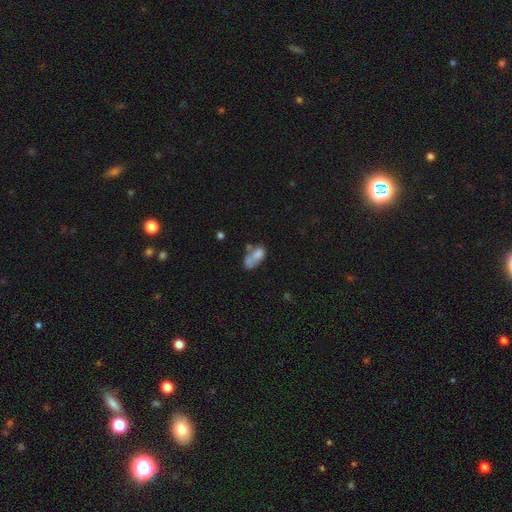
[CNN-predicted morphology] Overall: smooth (66%). How rounded: in between (88%). Merging: merger (38%; none 24%).